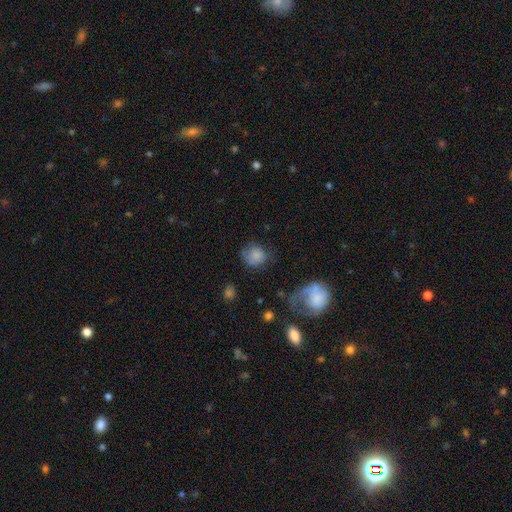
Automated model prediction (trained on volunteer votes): This is likely a smooth galaxy (77%). How rounded: likely round (78%). Merging: possibly none (56%).